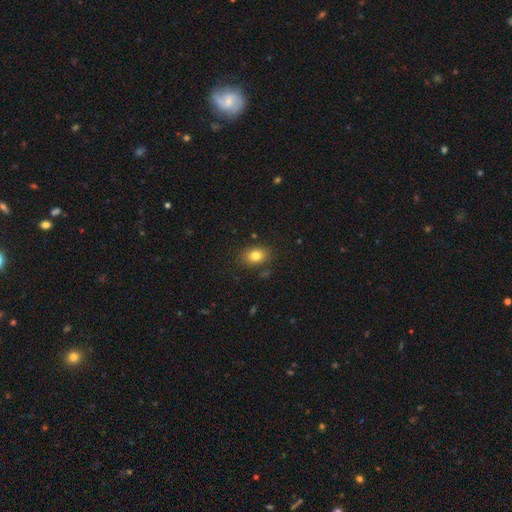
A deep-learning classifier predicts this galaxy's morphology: A smooth galaxy with no disk features (80%) that is in between round and cigar-shaped (67%).

Vote fractions:
- Smooth or featured? smooth: 80% / star or artifact: 11% / featured or disk: 9%
- How rounded? in between: 67% / round: 32% / cigar-shaped: 1%
- Merging? none: 84% / minor disturbance: 11% / major disturbance: 3% / merger: 2%